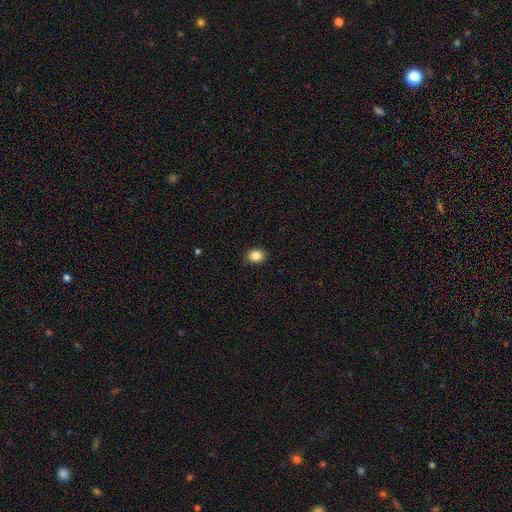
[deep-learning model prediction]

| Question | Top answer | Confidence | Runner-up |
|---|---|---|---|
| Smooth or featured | smooth | 85% | star or artifact (10%) |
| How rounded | round | 54% | in between (45%) |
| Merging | none | 89% | minor disturbance (8%) |